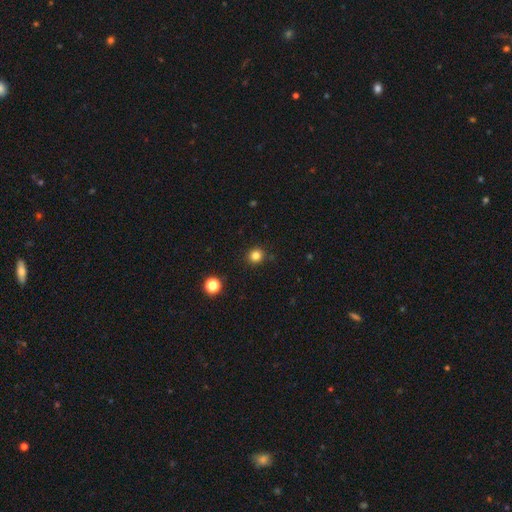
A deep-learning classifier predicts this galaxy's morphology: Smooth or featured? Predicted: smooth (p=0.82). How rounded? Predicted: round (p=0.90). Merging? Predicted: none (p=0.90).